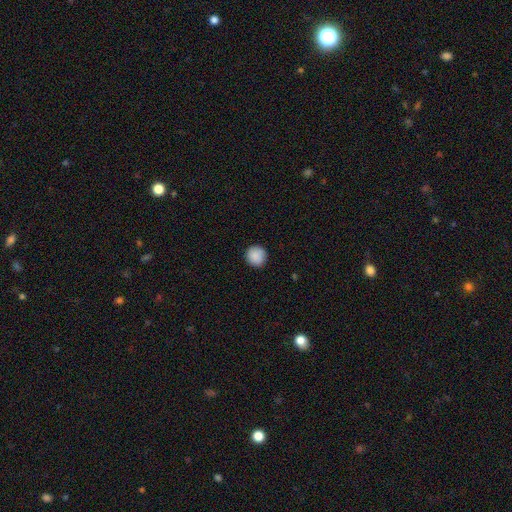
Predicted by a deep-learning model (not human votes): smooth 90%, star or artifact 8%, featured or disk 3%. Down the decision tree: how rounded — round (94%); merging — none (91%).